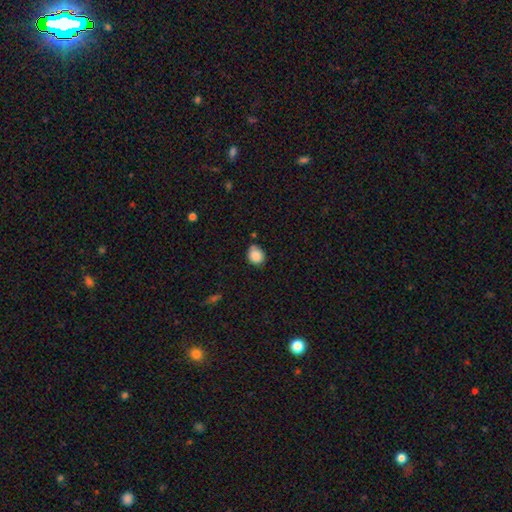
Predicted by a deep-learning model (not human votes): The model was most divided on "how rounded": round: 68%, in between: 31%, cigar-shaped: 1%. More confident: smooth or featured — smooth (87%); merging — none (69%).